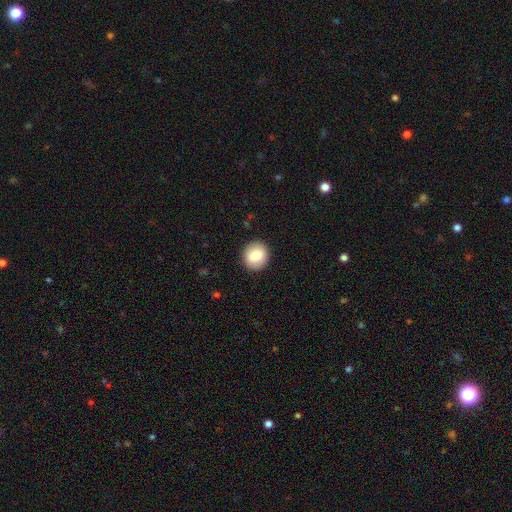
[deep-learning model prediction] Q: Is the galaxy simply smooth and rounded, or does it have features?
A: smooth — 82%.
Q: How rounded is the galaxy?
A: round — 83%.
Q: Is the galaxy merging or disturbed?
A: none — 91%.